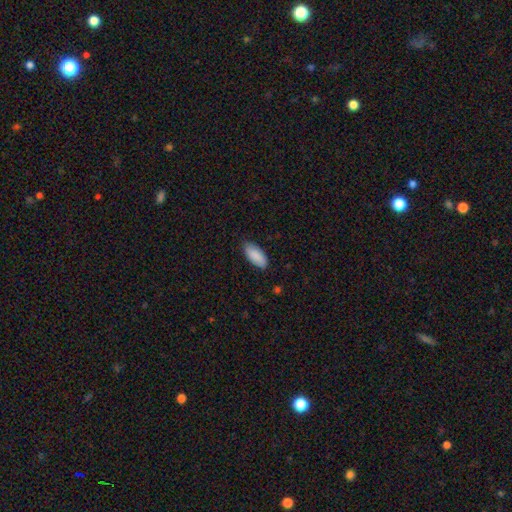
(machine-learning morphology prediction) Smooth or featured? smooth (90%)
How rounded? in between (91%)
Merging? none (84%)